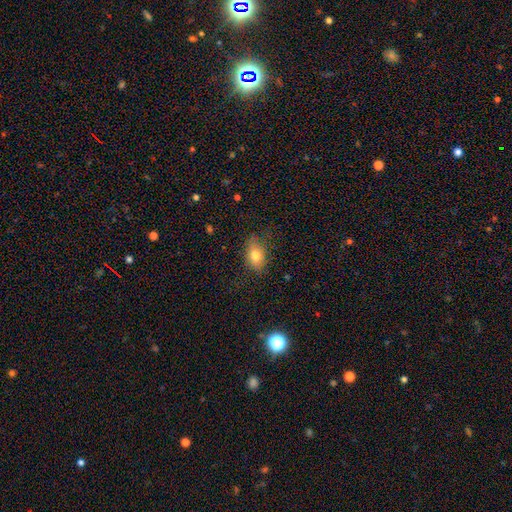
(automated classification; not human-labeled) This appears to be a smooth galaxy with no disk features (76%) that is in between round and cigar-shaped (80%). Merging: none (76%).